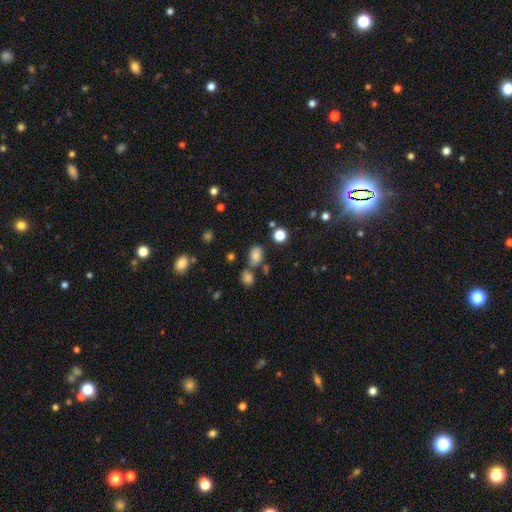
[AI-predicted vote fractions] Overall: smooth (78%). How rounded: in between (75%). Merging: none (61%).